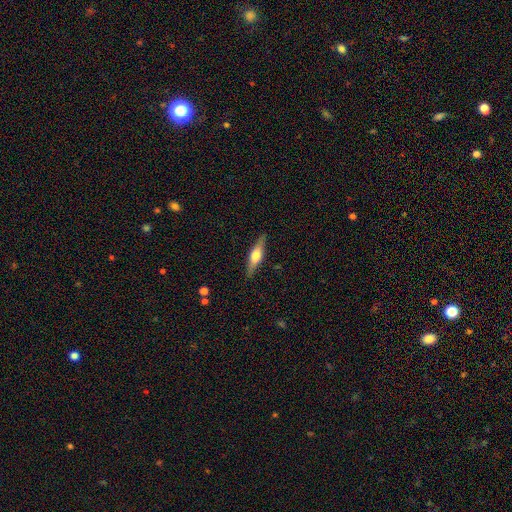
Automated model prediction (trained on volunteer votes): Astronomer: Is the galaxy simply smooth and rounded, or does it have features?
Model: featured or disk — 59% (runner-up: smooth, 36%).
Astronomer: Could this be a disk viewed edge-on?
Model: yes — 95%.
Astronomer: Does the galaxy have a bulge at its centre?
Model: rounded — 88%.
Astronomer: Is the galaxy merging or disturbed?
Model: none — 87%.